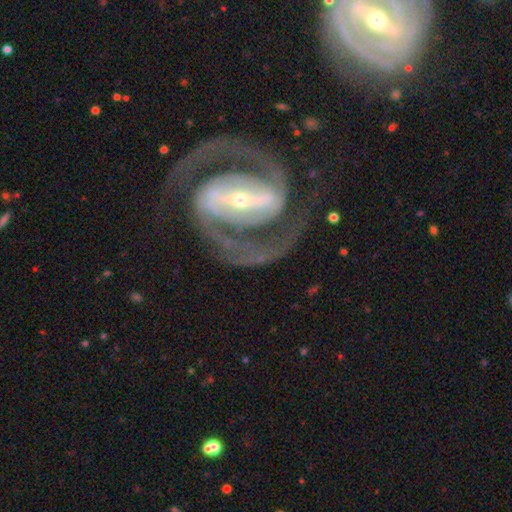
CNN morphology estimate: This is clearly a featured or disk galaxy (93%). It is clearly not viewed edge-on (97%). Bar: likely strong (76%). Spiral arm pattern: clearly yes (98%). Spiral arm count: clearly 2 (94%). Spiral winding: possibly medium (54%). Central bulge: likely small (71%). Merging: likely none (80%).